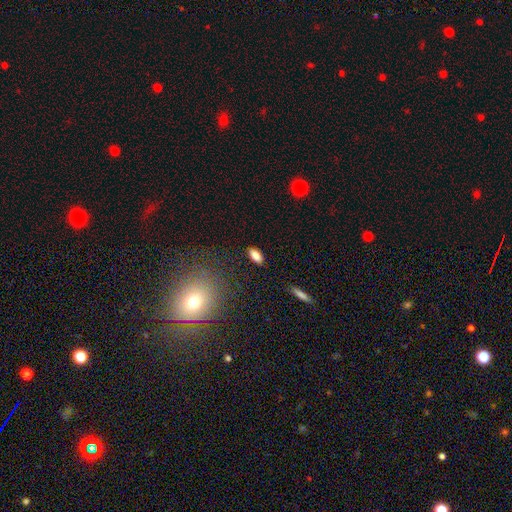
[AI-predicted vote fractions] Overall: smooth (83%). How rounded: in between (84%). Merging: none (87%).